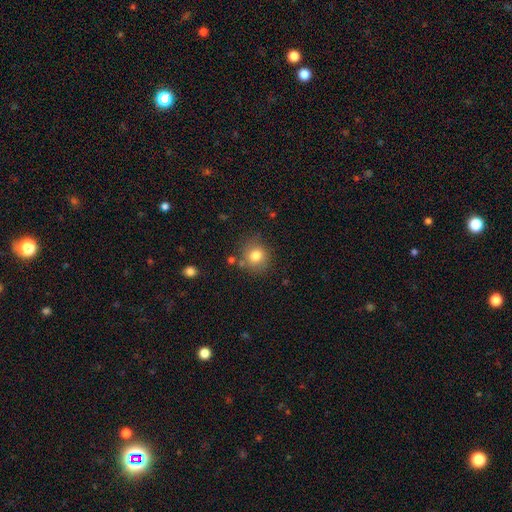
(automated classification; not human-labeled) The model was most divided on "merging": none: 78%, minor disturbance: 13%, merger: 5%, major disturbance: 4%. More confident: how rounded — round (82%); smooth or featured — smooth (79%).